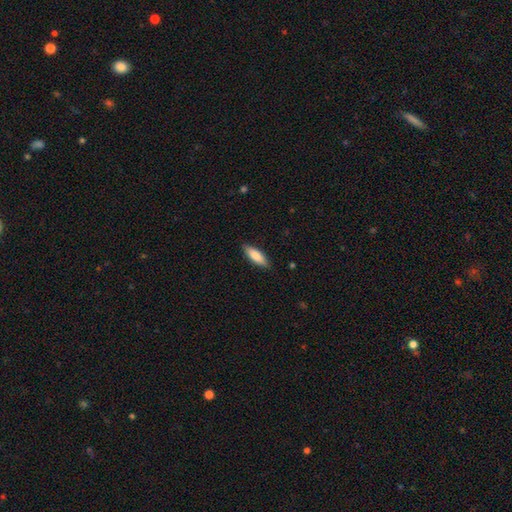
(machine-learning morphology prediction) The model was most divided on "how rounded": in between: 53%, cigar-shaped: 45%, round: 2%. More confident: merging — none (87%); smooth or featured — smooth (81%).